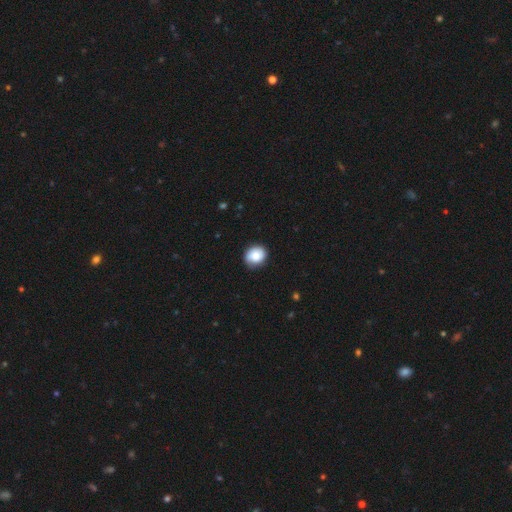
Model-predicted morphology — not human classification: smooth-or-featured: smooth: 75% | featured or disk: 17% | star or artifact: 8%
  how-rounded: round: 67% | in between: 32% | cigar-shaped: 1%
  merging: none: 79% | minor disturbance: 16% | major disturbance: 3% | merger: 1%